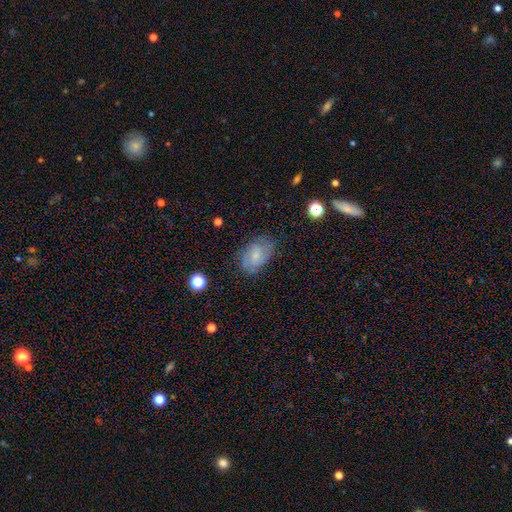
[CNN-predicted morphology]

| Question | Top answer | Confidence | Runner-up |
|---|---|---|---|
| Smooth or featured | smooth | 54% | featured or disk (36%) |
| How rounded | in between | 87% | round (12%) |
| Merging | none | 70% | minor disturbance (21%) |